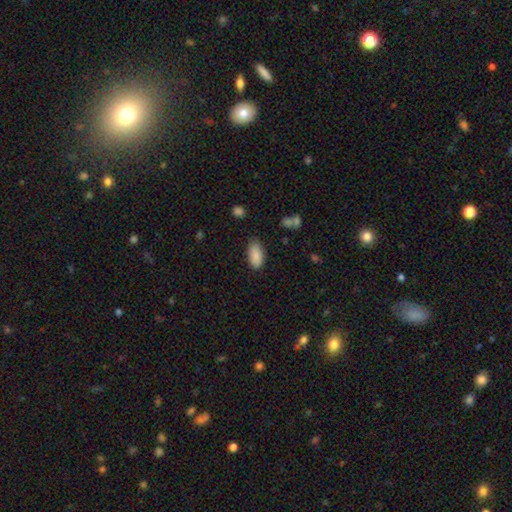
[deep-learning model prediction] smooth-or-featured: smooth: 87% | star or artifact: 7% | featured or disk: 6%
  how-rounded: in between: 93% | cigar-shaped: 4% | round: 3%
  merging: none: 75% | minor disturbance: 20% | major disturbance: 4% | merger: 2%